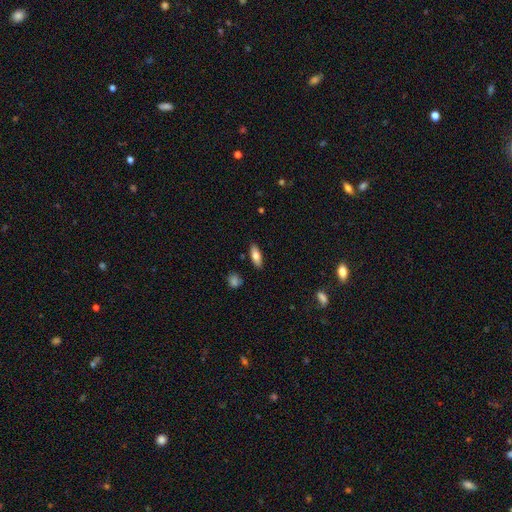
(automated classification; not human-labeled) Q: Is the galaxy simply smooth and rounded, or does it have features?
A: smooth — 77%.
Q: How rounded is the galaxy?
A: in between — 76%.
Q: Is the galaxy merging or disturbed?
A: none — 87%.